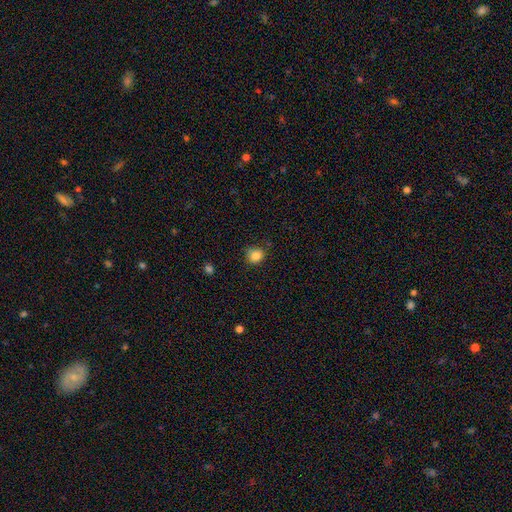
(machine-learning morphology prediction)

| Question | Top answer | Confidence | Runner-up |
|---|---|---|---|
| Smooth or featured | smooth | 84% | star or artifact (11%) |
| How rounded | round | 84% | in between (15%) |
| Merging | none | 79% | minor disturbance (16%) |